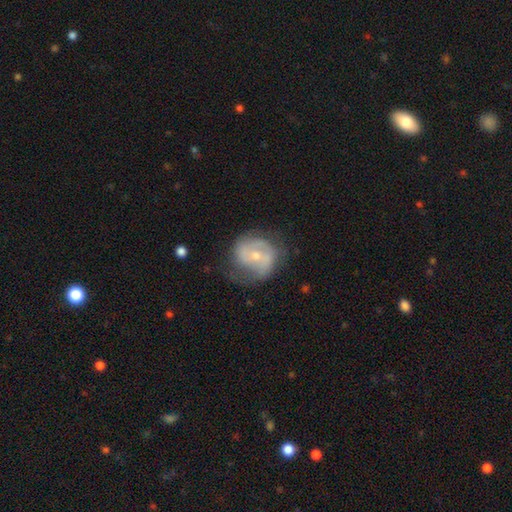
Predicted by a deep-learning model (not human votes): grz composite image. It shows a featured or disk galaxy (71%) with no bar (52%), 2 (63%) medium (44%) spiral arms (85%) and a small central bulge (57%). Merging: none (56%).